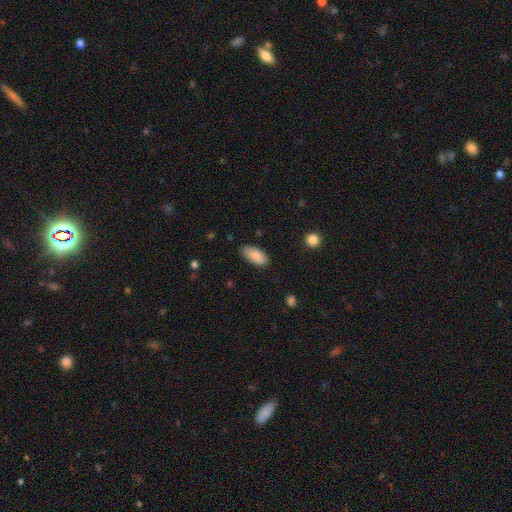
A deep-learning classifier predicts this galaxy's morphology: type=smooth (88%); roundness=in between (90%); merging=none (83%).